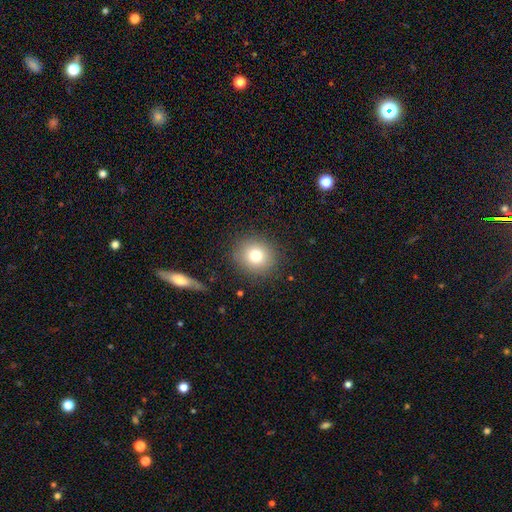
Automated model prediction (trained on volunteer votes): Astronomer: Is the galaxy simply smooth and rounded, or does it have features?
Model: smooth — 77%.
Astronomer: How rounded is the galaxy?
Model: round — 86%.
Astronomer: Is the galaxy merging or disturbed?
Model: none — 87%.